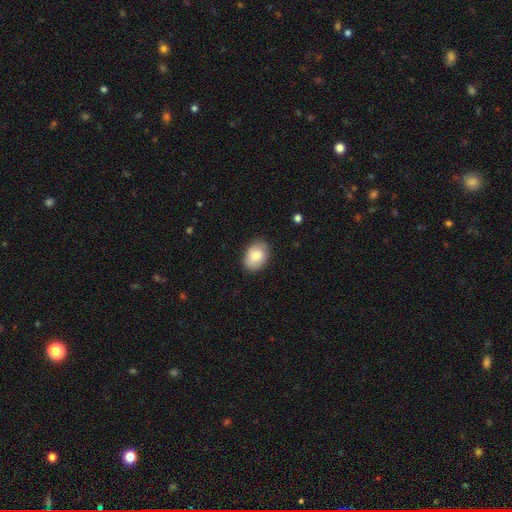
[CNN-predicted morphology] Q: Smooth or featured?
A: smooth (75%); runner-up: featured or disk (18%)
Q: How rounded?
A: in between (80%); runner-up: round (19%)
Q: Merging?
A: none (83%); runner-up: minor disturbance (14%)